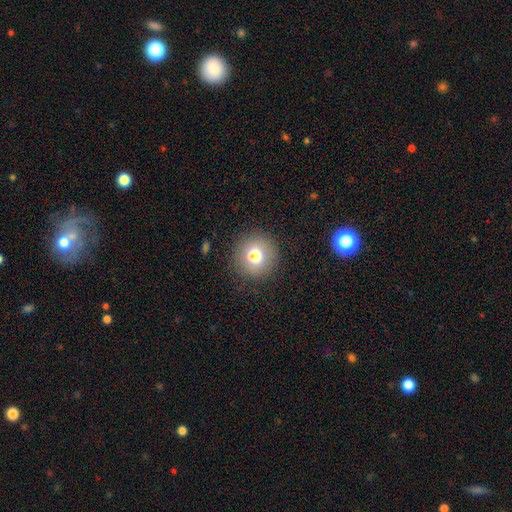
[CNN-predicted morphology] type=smooth (73%); roundness=round (92%); merging=none (85%).